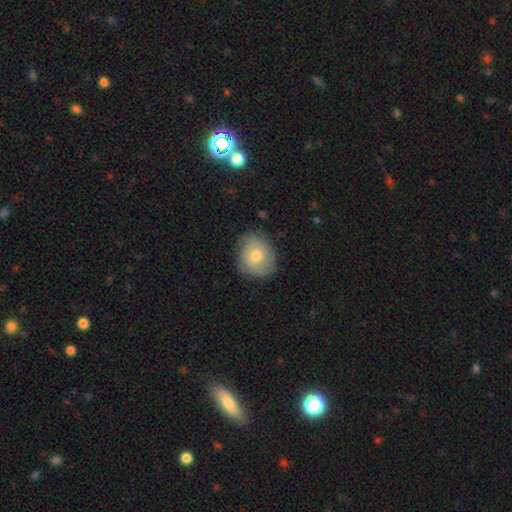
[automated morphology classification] Smooth or featured: smooth — 61% (featured or disk — 31%)
How rounded: round — 69% (in between — 30%)
Merging: none — 73% (minor disturbance — 21%)